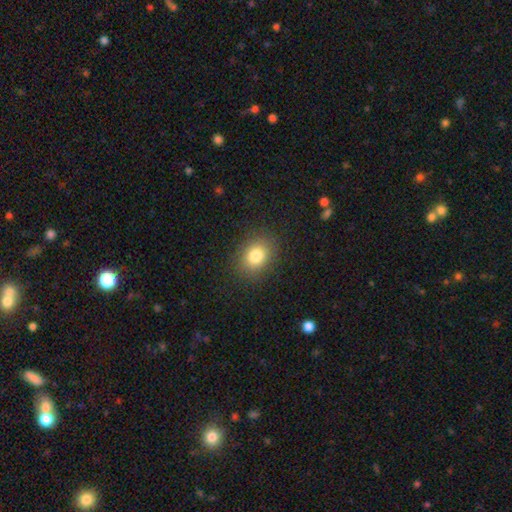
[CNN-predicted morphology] Smooth or featured? smooth (81%)
How rounded? in between (52%)
Merging? none (87%)